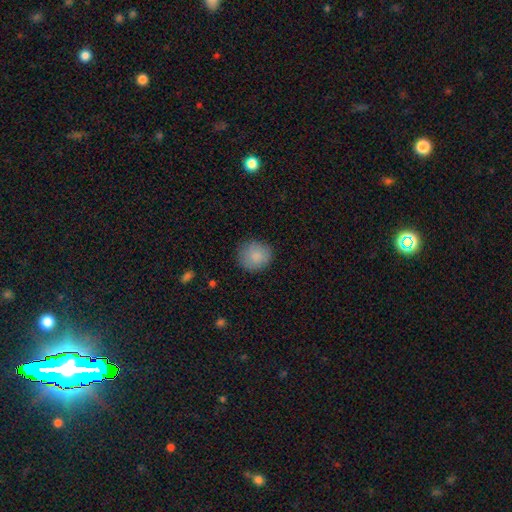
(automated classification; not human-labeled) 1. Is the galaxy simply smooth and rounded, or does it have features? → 87% smooth, 8% star or artifact, 5% featured or disk.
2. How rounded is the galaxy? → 89% round, 10% in between, 1% cigar-shaped.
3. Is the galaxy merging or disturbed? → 87% none, 10% minor disturbance, 3% major disturbance, 1% merger.